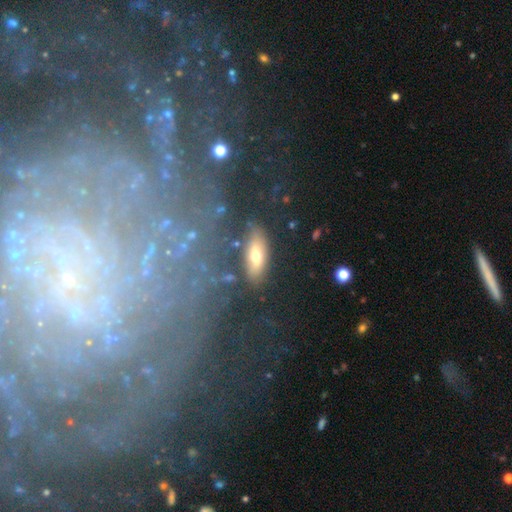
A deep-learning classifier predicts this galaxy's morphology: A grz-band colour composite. It shows a smooth galaxy with no disk features (61%) that is in between round and cigar-shaped (71%). Merging: none (73%).